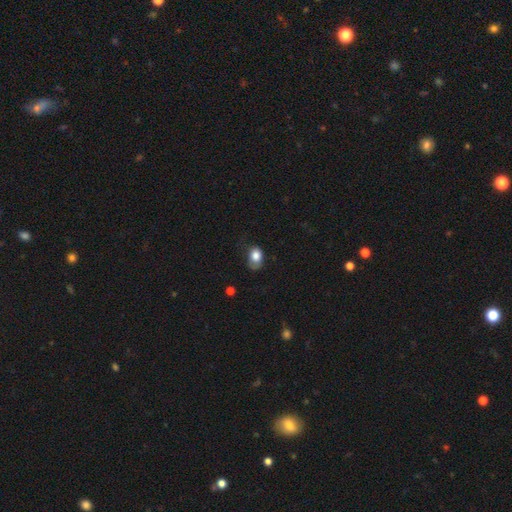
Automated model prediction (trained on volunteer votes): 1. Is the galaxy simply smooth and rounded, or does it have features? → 80% smooth, 12% featured or disk, 8% star or artifact.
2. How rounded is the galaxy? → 74% in between, 25% round, 1% cigar-shaped.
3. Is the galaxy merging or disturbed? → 43% none, 36% minor disturbance, 19% major disturbance, 2% merger.